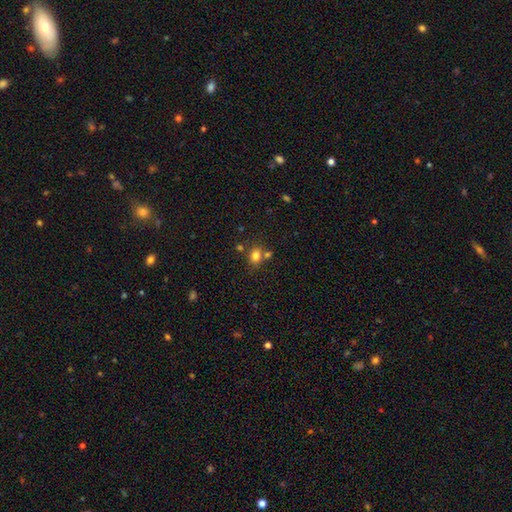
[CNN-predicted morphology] A smooth galaxy with no disk features (78%) that is round (51%). Merging: none (62%).